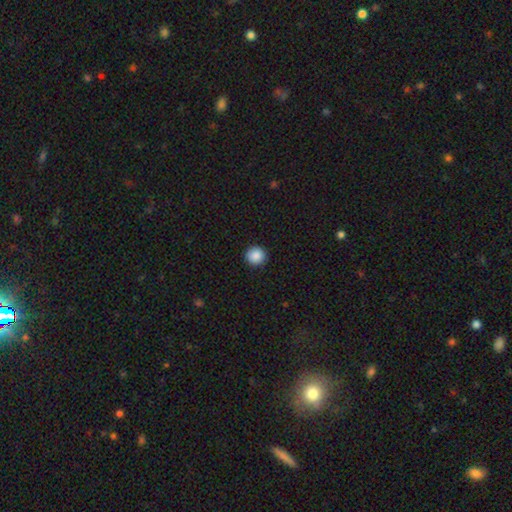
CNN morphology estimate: smooth-or-featured: smooth: 88% | star or artifact: 9% | featured or disk: 3%
  how-rounded: round: 95% | in between: 4% | cigar-shaped: 1%
  merging: none: 92% | minor disturbance: 5% | major disturbance: 2% | merger: 1%